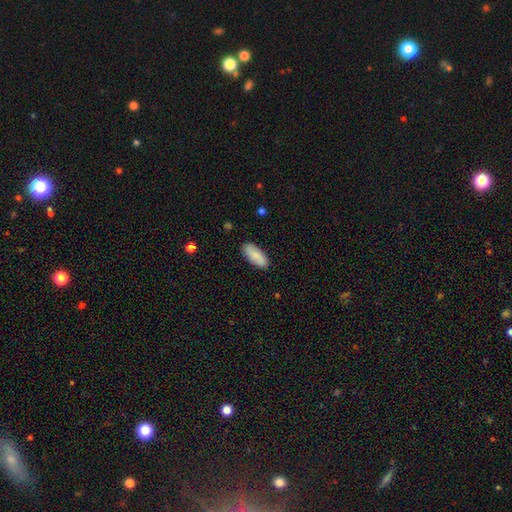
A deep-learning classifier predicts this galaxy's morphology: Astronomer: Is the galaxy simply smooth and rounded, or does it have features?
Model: smooth — 85%.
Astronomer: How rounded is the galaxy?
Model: in between — 79%.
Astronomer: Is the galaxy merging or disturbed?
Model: none — 87%.